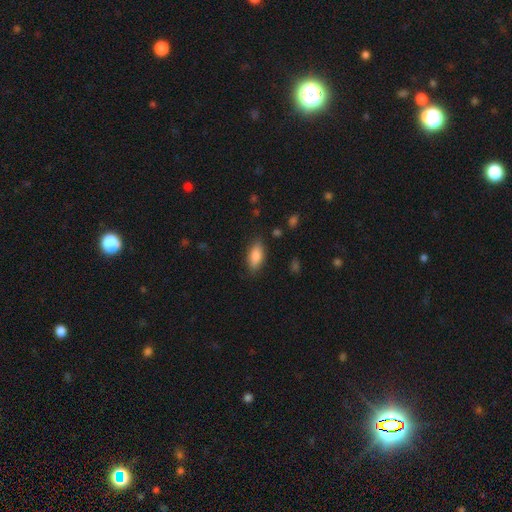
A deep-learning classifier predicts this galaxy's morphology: Smooth or featured? smooth (83%)
How rounded? in between (83%)
Merging? none (84%)